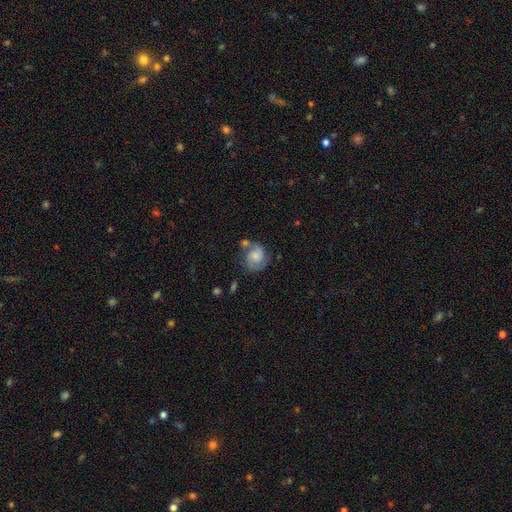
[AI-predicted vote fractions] Overall: featured or disk (55%; smooth 37%). Edge-on disk: no (98%). Bar: no (66%; weak 29%). Spiral arms: yes (89%). Bulge size: moderate (33%; small 29%). Merging: none (54%; minor disturbance 21%).